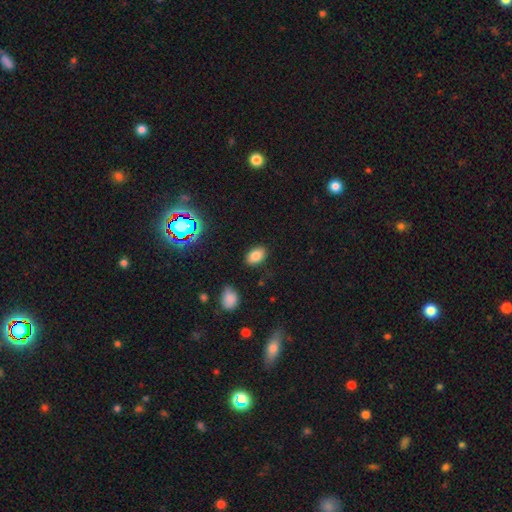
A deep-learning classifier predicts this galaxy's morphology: This is clearly a smooth galaxy (80%). How rounded: clearly in between (87%). Merging: clearly none (85%).